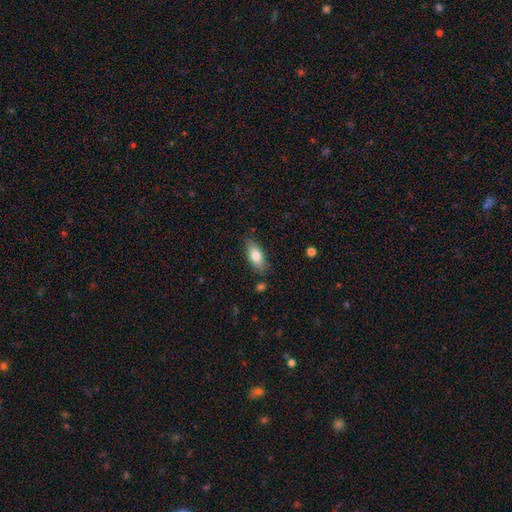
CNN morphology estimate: Smooth or featured? Predicted: smooth (p=0.78). How rounded? Predicted: in between (p=0.82). Merging? Predicted: none (p=0.82).